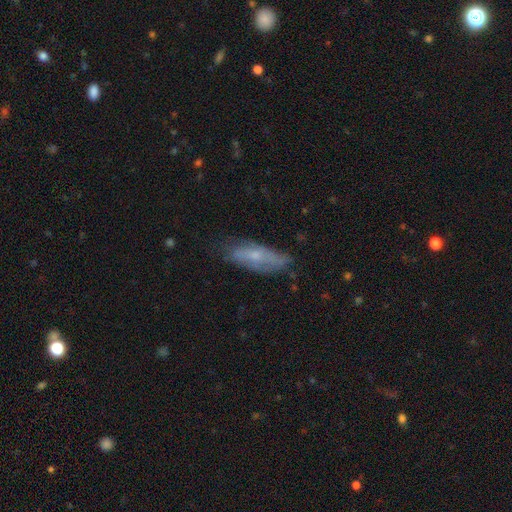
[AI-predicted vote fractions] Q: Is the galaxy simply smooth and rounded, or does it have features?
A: smooth — 52%.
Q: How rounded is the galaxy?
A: in between — 61%.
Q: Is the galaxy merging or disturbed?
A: none — 63%.